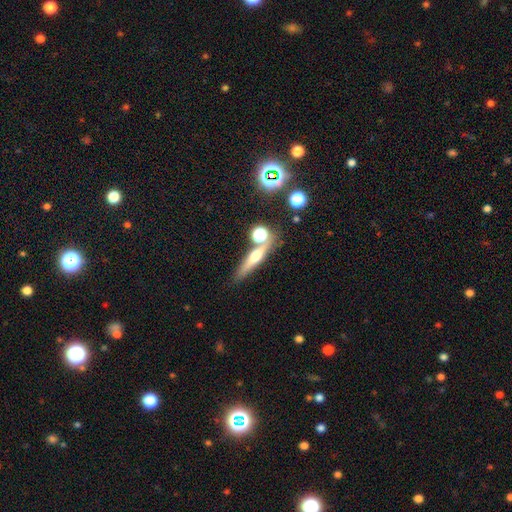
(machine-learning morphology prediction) Smooth or featured: featured or disk — 46% (smooth — 39%)
Merging: none — 71% (merger — 15%)